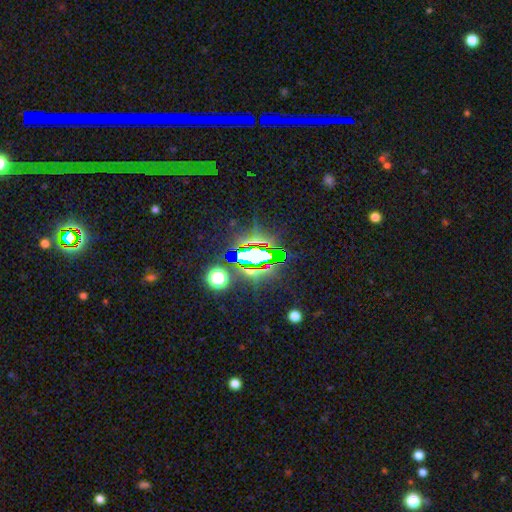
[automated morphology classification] star or artifact 73%, smooth 15%, featured or disk 12%.